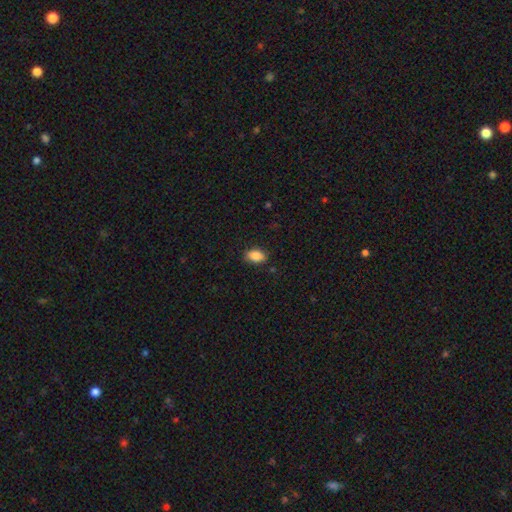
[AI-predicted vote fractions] Overall: smooth (86%). How rounded: in between (87%). Merging: none (82%).